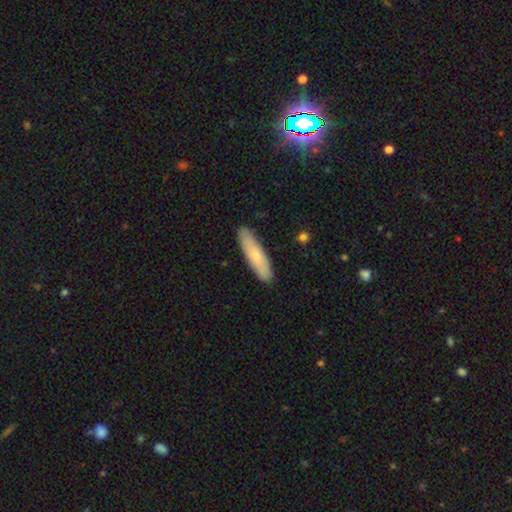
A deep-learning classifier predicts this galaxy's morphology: smooth_or_featured: smooth (p=0.70) [alt: featured or disk p=0.24]
how_rounded: cigar-shaped (p=0.76) [alt: in between p=0.22]
merging: none (p=0.89) [alt: minor disturbance p=0.09]